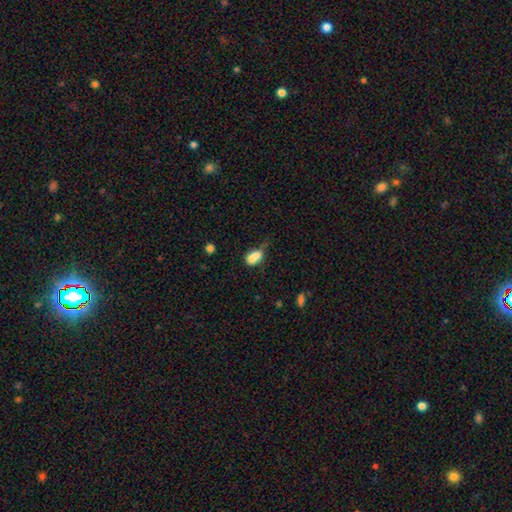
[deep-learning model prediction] Q: Smooth or featured?
A: smooth (82%); runner-up: star or artifact (10%)
Q: How rounded?
A: in between (85%); runner-up: round (8%)
Q: Merging?
A: minor disturbance (37%); runner-up: none (35%)